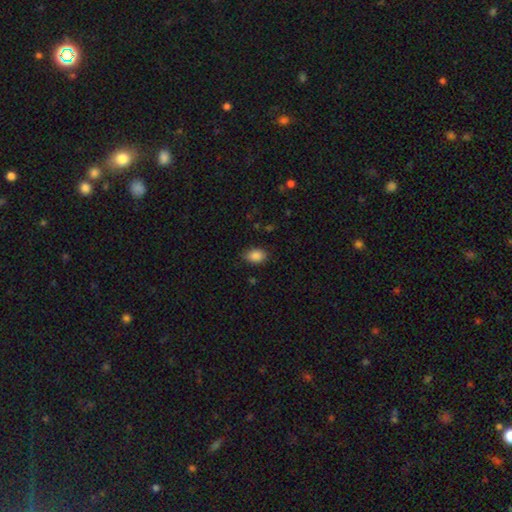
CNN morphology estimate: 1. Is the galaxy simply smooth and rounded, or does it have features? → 88% smooth, 8% star or artifact, 4% featured or disk.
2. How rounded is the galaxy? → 79% in between, 20% round, 1% cigar-shaped.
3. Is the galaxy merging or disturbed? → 82% none, 14% minor disturbance, 3% major disturbance, 1% merger.